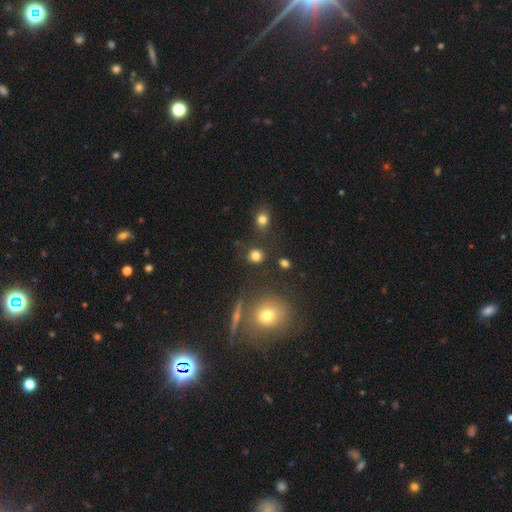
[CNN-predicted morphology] Smooth or featured?
  - smooth: 81% *
  - star or artifact: 13%
  - featured or disk: 6%
How rounded?
  - round: 80% *
  - in between: 18%
  - cigar-shaped: 1%
Merging?
  - none: 82% *
  - minor disturbance: 9%
  - merger: 5%
  - major disturbance: 3%